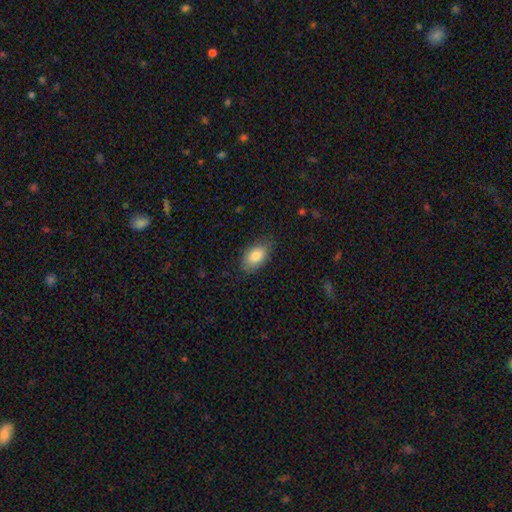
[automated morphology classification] This appears to be a smooth galaxy with no disk features (83%) that is in between round and cigar-shaped (92%). Merging: none (78%).